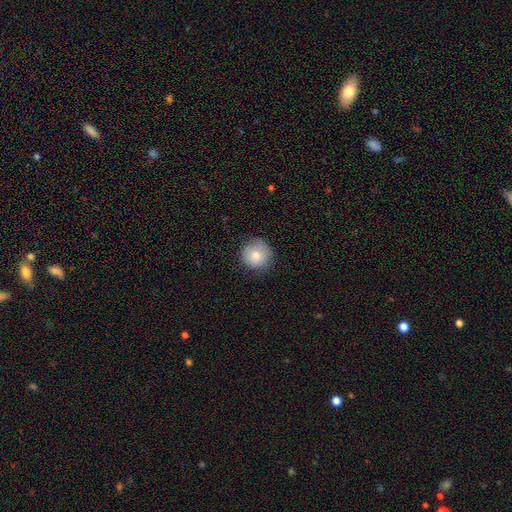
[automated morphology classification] Smooth or featured? smooth (81%)
How rounded? round (93%)
Merging? none (80%)